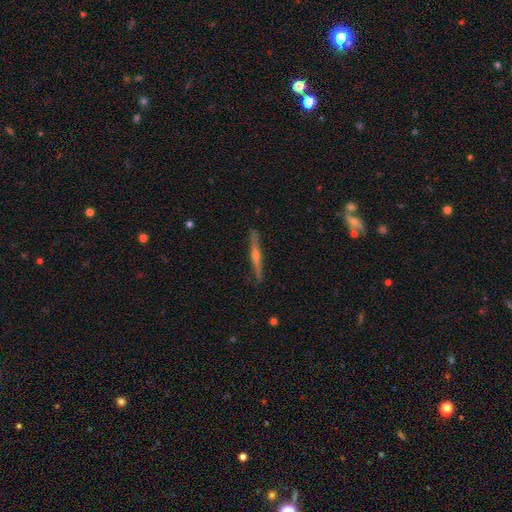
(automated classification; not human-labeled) Smooth or featured?
  - featured or disk: 72% *
  - smooth: 22%
  - star or artifact: 6%
Edge-on disk?
  - yes: 98% *
  - no: 2%
Edge-on bulge?
  - rounded: 78% *
  - none: 17%
  - boxy: 5%
Merging?
  - none: 89% *
  - minor disturbance: 8%
  - major disturbance: 1%
  - merger: 1%